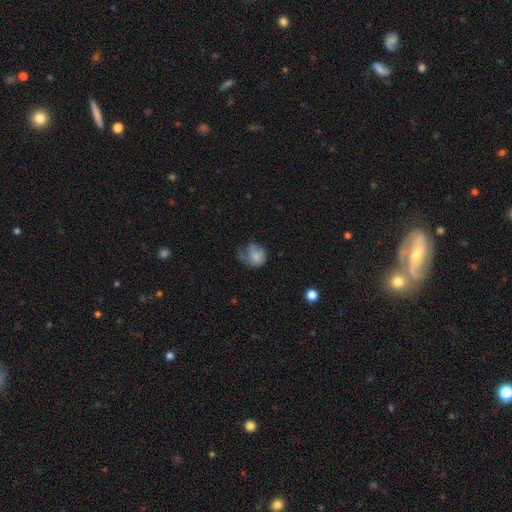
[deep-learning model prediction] A smooth galaxy with no disk features (65%) that is round (64%).

Vote fractions:
- Smooth or featured? smooth: 65% / featured or disk: 26% / star or artifact: 9%
- How rounded? round: 64% / in between: 35% / cigar-shaped: 1%
- Merging? major disturbance: 35% / minor disturbance: 32% / none: 30% / merger: 3%